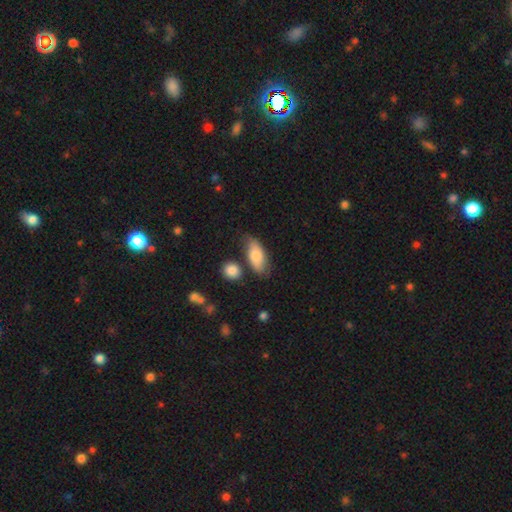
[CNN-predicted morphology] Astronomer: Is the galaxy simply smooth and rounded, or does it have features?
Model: smooth — 78%.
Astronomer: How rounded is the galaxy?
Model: in between — 84%.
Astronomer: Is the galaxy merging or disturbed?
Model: none — 65%.